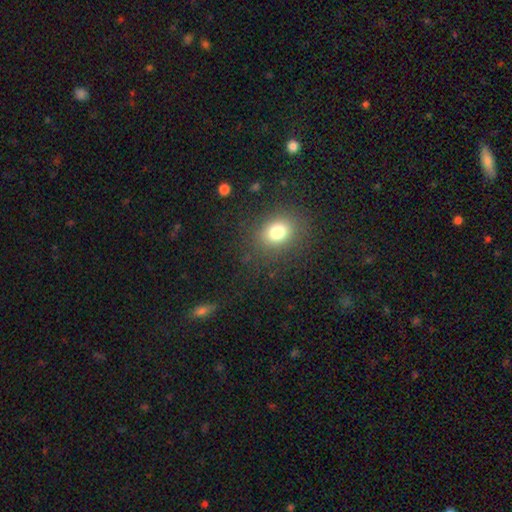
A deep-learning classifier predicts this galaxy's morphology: Smooth or featured? smooth (74%)
How rounded? round (61%)
Merging? none (87%)